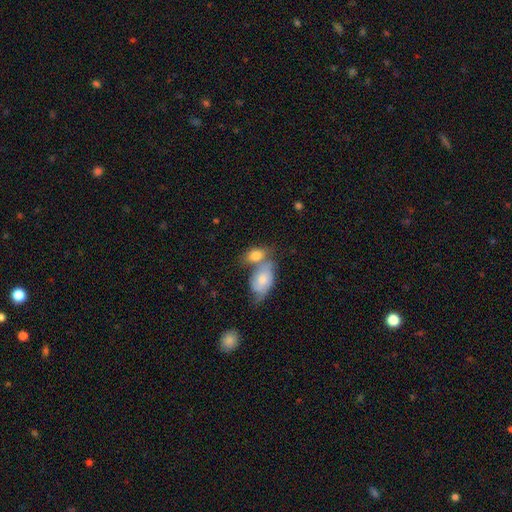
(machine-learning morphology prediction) smooth 73%, featured or disk 20%, star or artifact 7%. Down the decision tree: how rounded — in between (84%); merging — merger (55%).